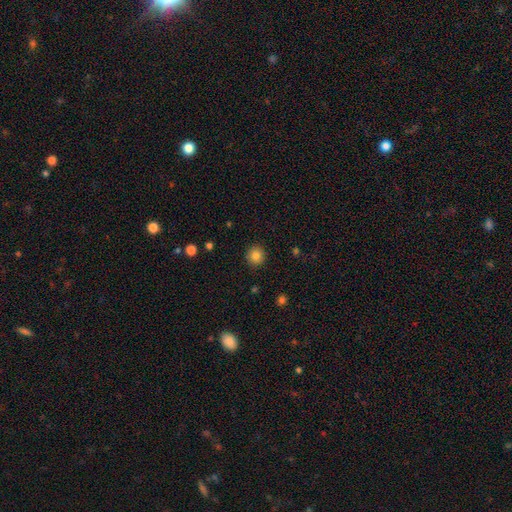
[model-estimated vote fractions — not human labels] A smooth galaxy with no disk features (83%) that is round (93%).

Vote fractions:
- Smooth or featured? smooth: 83% / star or artifact: 11% / featured or disk: 6%
- How rounded? round: 93% / in between: 6% / cigar-shaped: 1%
- Merging? none: 92% / minor disturbance: 6% / major disturbance: 2% / merger: 1%